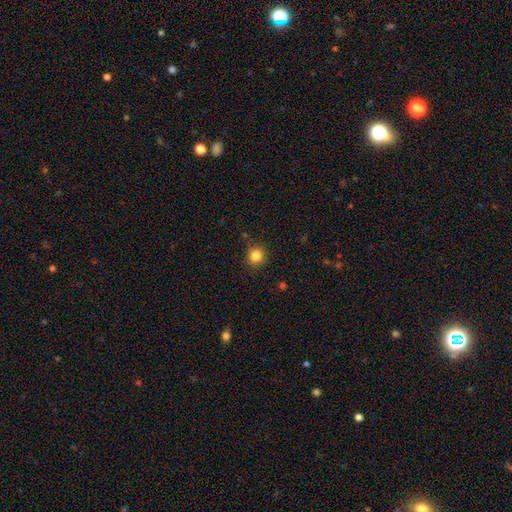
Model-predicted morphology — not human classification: The model was most divided on "smooth or featured": smooth: 84%, star or artifact: 11%, featured or disk: 4%. More confident: how rounded — round (91%); merging — none (85%).